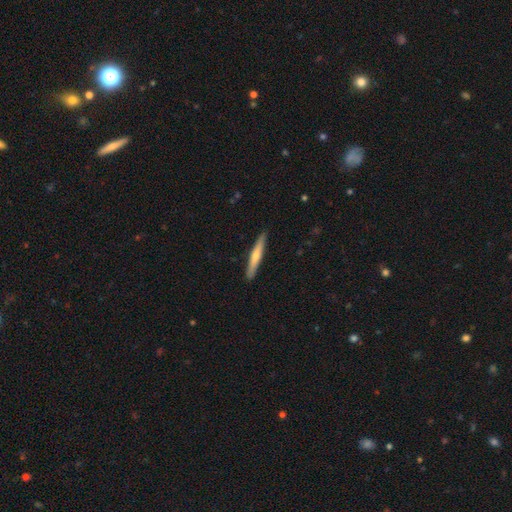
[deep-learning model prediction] Q: Smooth or featured?
A: smooth (55%); runner-up: featured or disk (40%)
Q: How rounded?
A: cigar-shaped (95%); runner-up: in between (4%)
Q: Merging?
A: none (91%); runner-up: minor disturbance (7%)